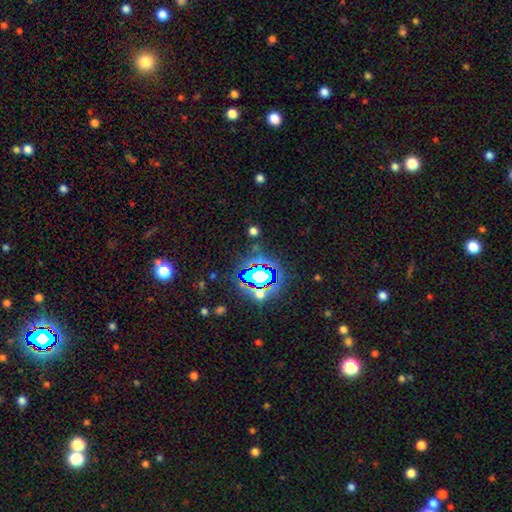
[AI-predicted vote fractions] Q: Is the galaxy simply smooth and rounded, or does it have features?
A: star or artifact — 83%.